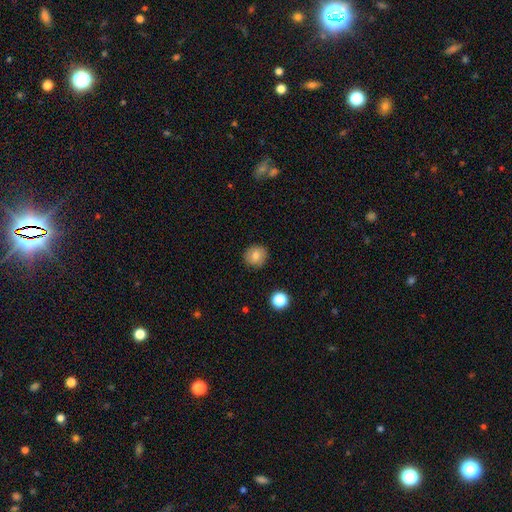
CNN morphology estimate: This appears to be a smooth galaxy with no disk features (79%) that is round (84%). Merging: none (88%).